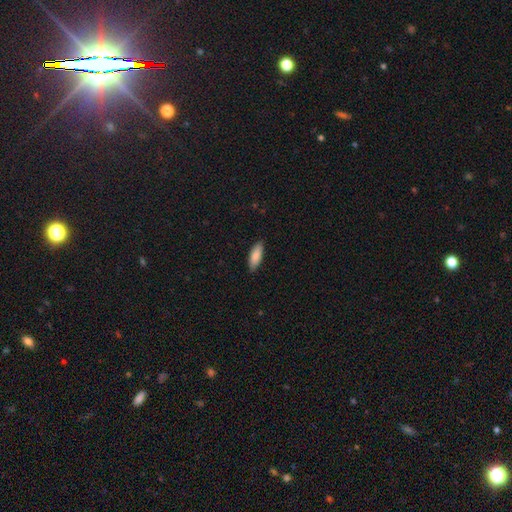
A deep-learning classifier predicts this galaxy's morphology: smooth-or-featured: smooth: 87% | featured or disk: 7% | star or artifact: 6%
  how-rounded: in between: 67% | cigar-shaped: 31% | round: 2%
  merging: none: 87% | minor disturbance: 10% | major disturbance: 2% | merger: 1%